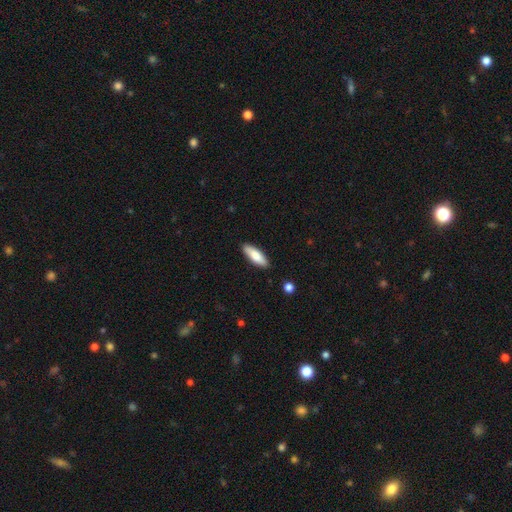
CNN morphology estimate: Smooth or featured?
  - smooth: 80% *
  - featured or disk: 15%
  - star or artifact: 5%
How rounded?
  - in between: 55% *
  - cigar-shaped: 44%
  - round: 2%
Merging?
  - none: 89% *
  - minor disturbance: 8%
  - major disturbance: 2%
  - merger: 1%